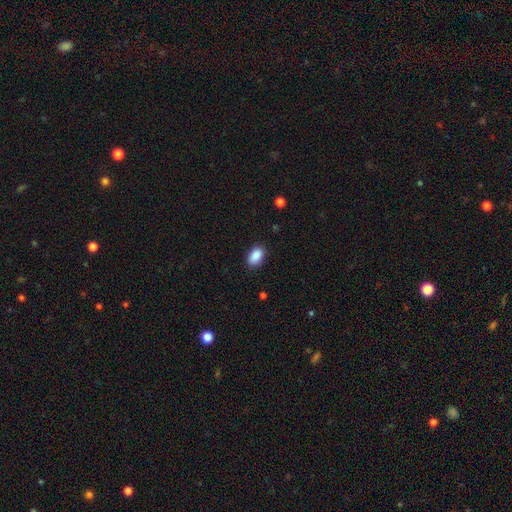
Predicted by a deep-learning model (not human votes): Overall: smooth (89%). How rounded: in between (91%). Merging: none (87%).